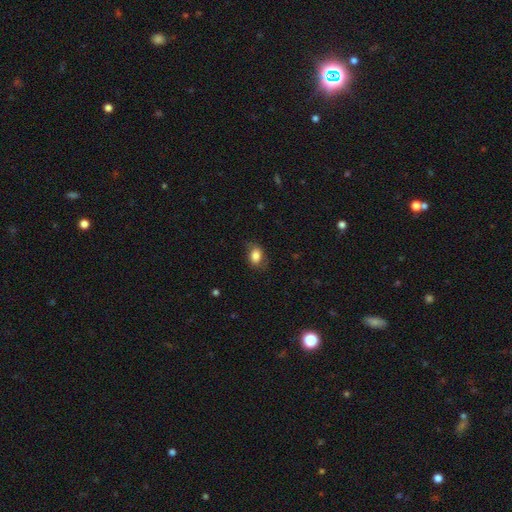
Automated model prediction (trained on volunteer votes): Smooth or featured: smooth — 81% (featured or disk — 11%)
How rounded: in between — 76% (round — 22%)
Merging: none — 68% (minor disturbance — 23%)